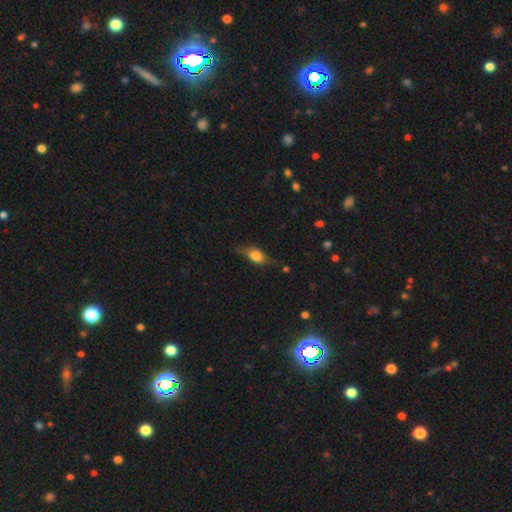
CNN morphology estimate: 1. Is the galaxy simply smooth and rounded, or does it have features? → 59% smooth, 33% featured or disk, 9% star or artifact.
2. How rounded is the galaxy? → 70% in between, 16% cigar-shaped, 14% round.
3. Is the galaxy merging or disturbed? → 66% none, 24% minor disturbance, 8% major disturbance, 2% merger.